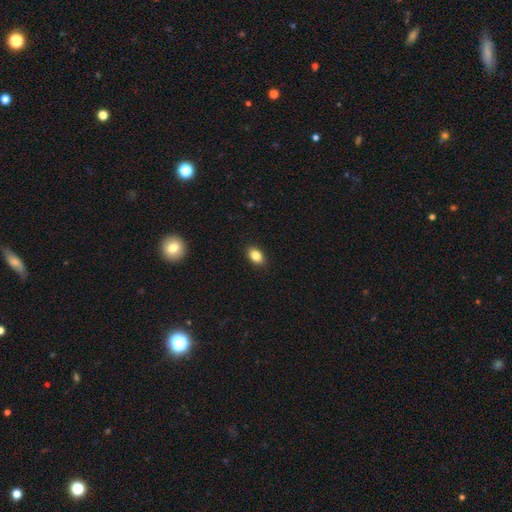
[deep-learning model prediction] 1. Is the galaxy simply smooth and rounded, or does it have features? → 85% smooth, 9% star or artifact, 6% featured or disk.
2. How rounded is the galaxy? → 84% in between, 14% round, 2% cigar-shaped.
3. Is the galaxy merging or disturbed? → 89% none, 8% minor disturbance, 2% major disturbance, 1% merger.